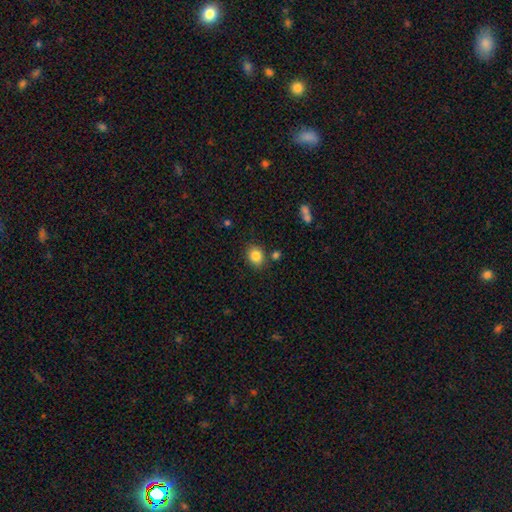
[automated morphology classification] smooth_or_featured: smooth (p=0.85) [alt: star or artifact p=0.10]
how_rounded: round (p=0.55) [alt: in between p=0.44]
merging: none (p=0.82) [alt: minor disturbance p=0.10]